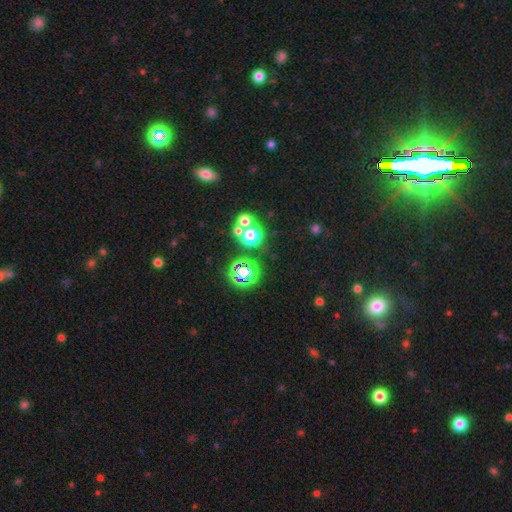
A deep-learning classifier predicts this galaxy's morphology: Smooth or featured: star or artifact — 70% (smooth — 21%)